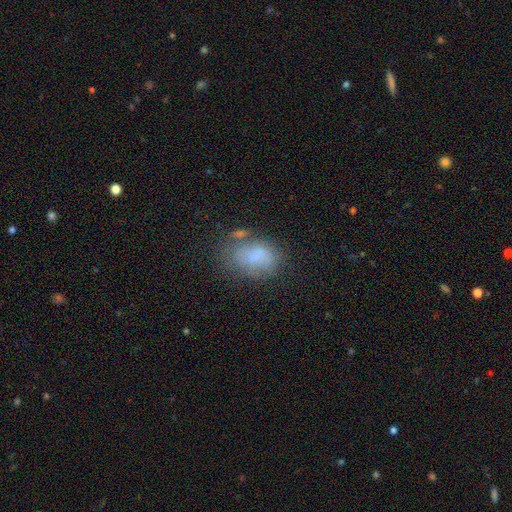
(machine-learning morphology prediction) This is likely a smooth galaxy (72%). How rounded: clearly in between (81%). Merging: possibly none (53%).